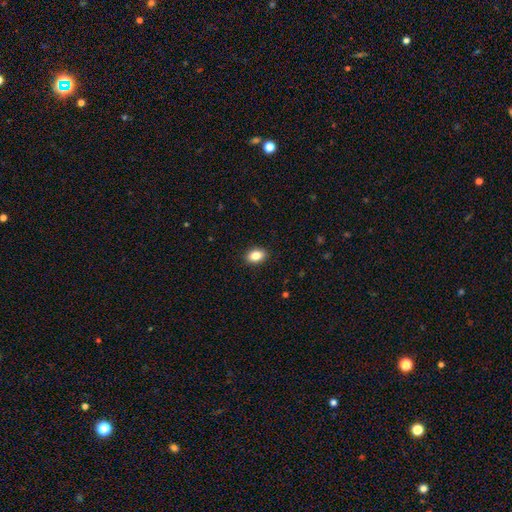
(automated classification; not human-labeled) smooth 85%, star or artifact 8%, featured or disk 7%. Down the decision tree: how rounded — in between (84%); merging — none (91%).